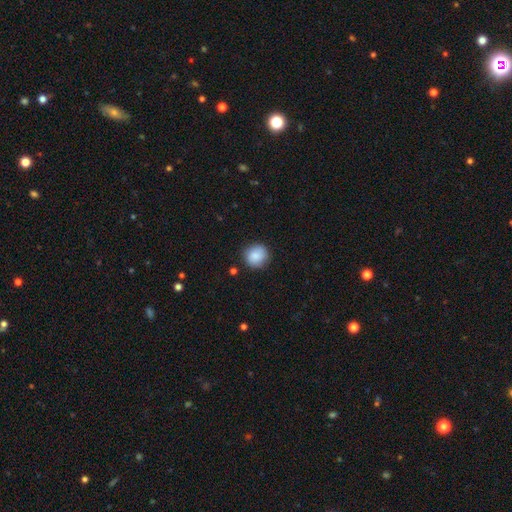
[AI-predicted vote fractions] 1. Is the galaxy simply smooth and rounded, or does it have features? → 86% smooth, 8% star or artifact, 6% featured or disk.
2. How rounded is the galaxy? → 90% round, 9% in between, 1% cigar-shaped.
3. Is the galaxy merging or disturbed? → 86% none, 11% minor disturbance, 2% major disturbance, 1% merger.